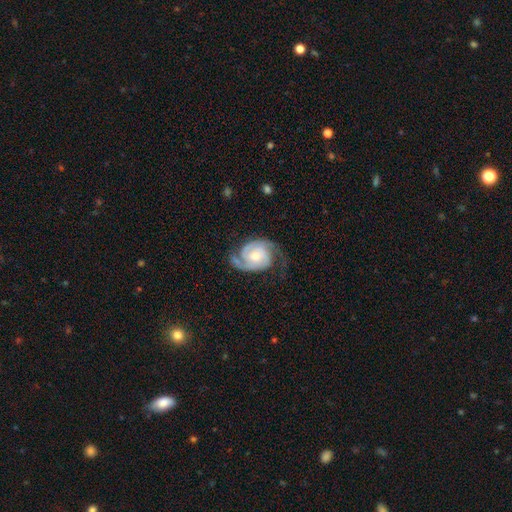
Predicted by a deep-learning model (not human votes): Overall: featured or disk (88%). Edge-on disk: no (98%). Bar: no (63%; weak 30%). Spiral arms: yes (98%). Spiral arm count: 2 (85%). Spiral winding: medium (46%; tight 39%). Bulge size: moderate (52%; small 32%). Merging: none (64%).